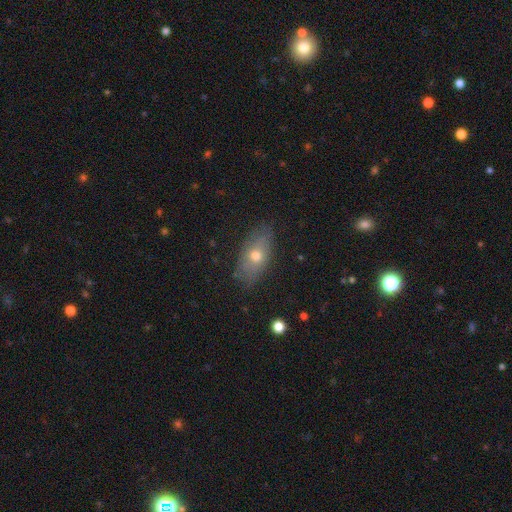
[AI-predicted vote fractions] Smooth or featured? Predicted: smooth (p=0.58). How rounded? Predicted: in between (p=0.83). Merging? Predicted: none (p=0.83).